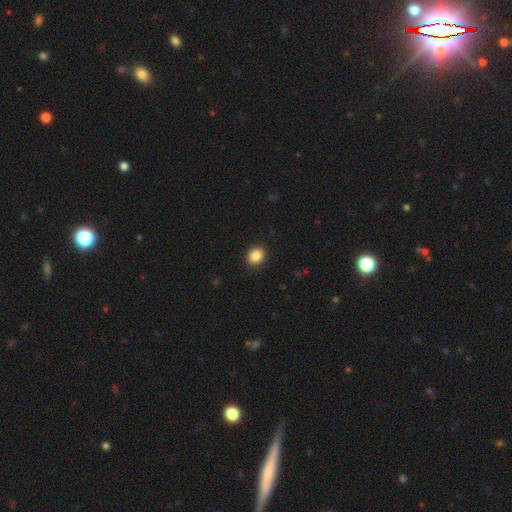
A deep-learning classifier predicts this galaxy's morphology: A smooth galaxy with no disk features (87%) that is round (64%). Merging: none (90%).